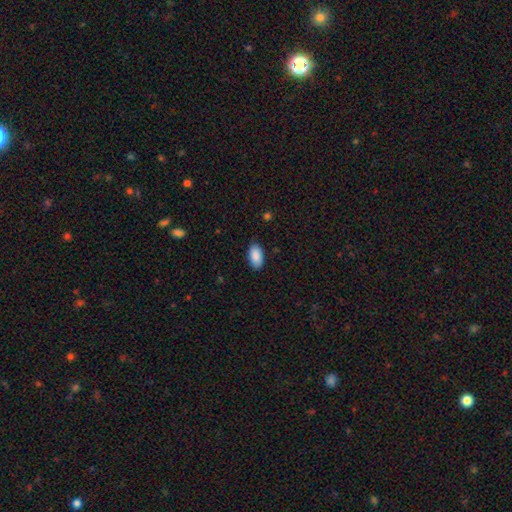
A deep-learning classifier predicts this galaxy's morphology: Q: Smooth or featured?
A: smooth (90%); runner-up: star or artifact (6%)
Q: How rounded?
A: in between (95%); runner-up: round (3%)
Q: Merging?
A: none (87%); runner-up: minor disturbance (10%)